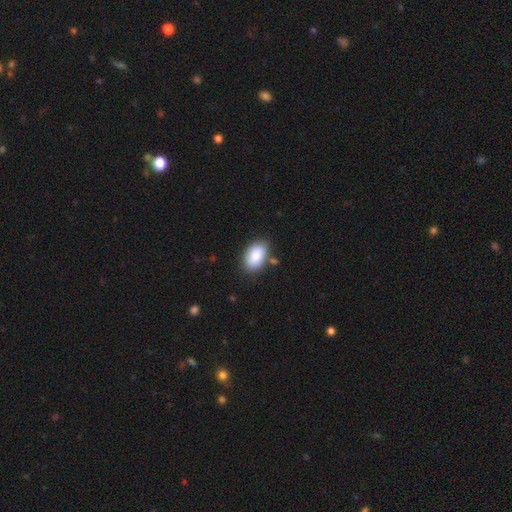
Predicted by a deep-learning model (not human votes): Smooth or featured? Predicted: smooth (p=0.87). How rounded? Predicted: in between (p=0.93). Merging? Predicted: none (p=0.80).